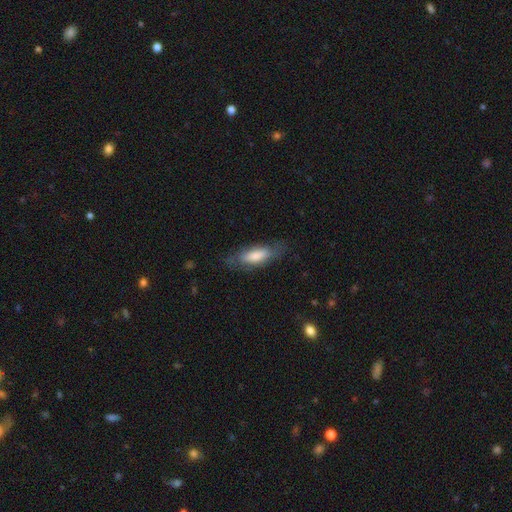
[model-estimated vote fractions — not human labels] Smooth or featured? smooth (73%)
How rounded? in between (65%)
Merging? none (71%)